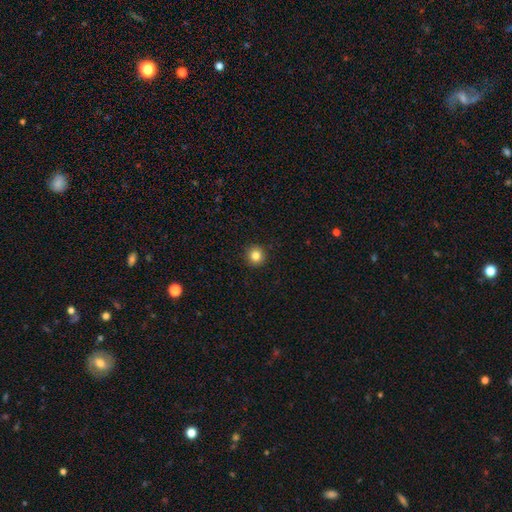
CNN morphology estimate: Smooth or featured? smooth (84%)
How rounded? round (94%)
Merging? none (93%)